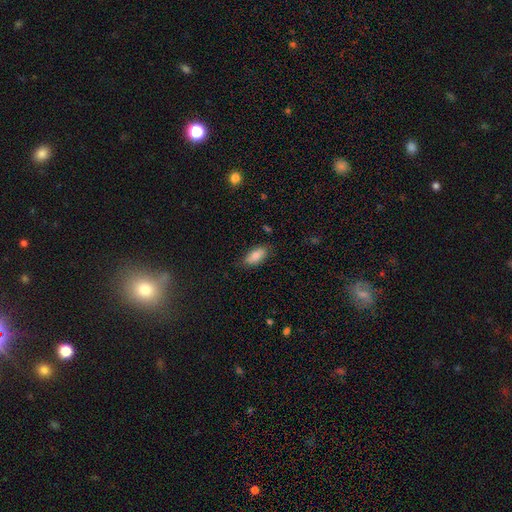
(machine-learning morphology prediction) Smooth or featured? Predicted: smooth (p=0.81). How rounded? Predicted: in between (p=0.89). Merging? Predicted: none (p=0.80).